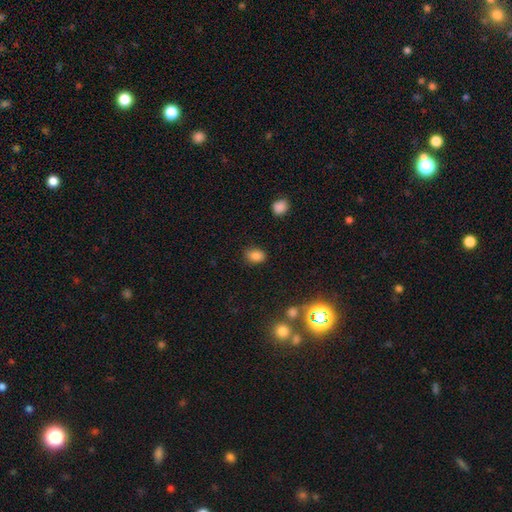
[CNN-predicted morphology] type=smooth (83%); roundness=in between (75%); merging=none (80%).